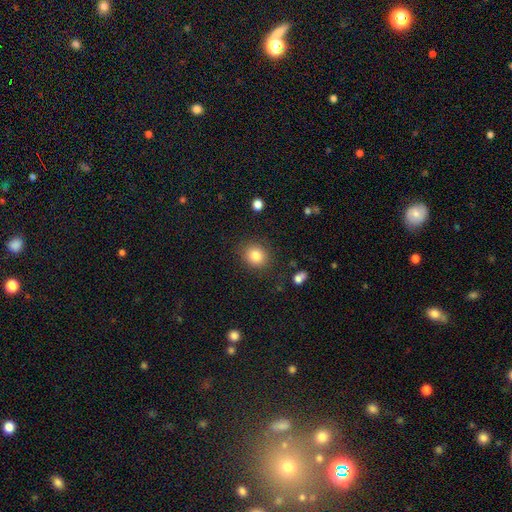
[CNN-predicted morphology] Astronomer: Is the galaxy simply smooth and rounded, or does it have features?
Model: smooth — 83%.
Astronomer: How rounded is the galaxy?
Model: round — 77%.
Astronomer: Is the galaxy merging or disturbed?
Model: none — 86%.